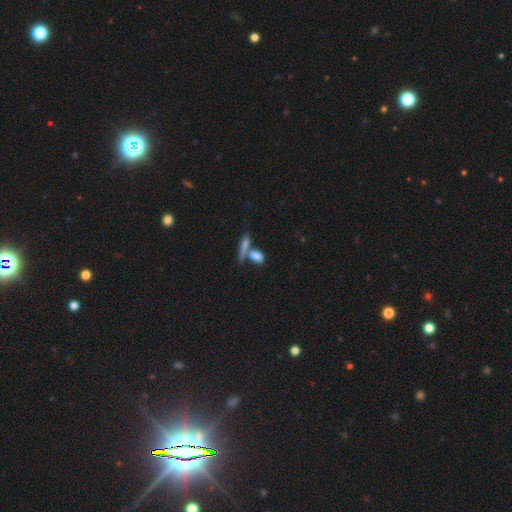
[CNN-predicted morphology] Smooth or featured? Predicted: smooth (p=0.75). How rounded? Predicted: in between (p=0.64). Merging? Predicted: merger (p=0.46).